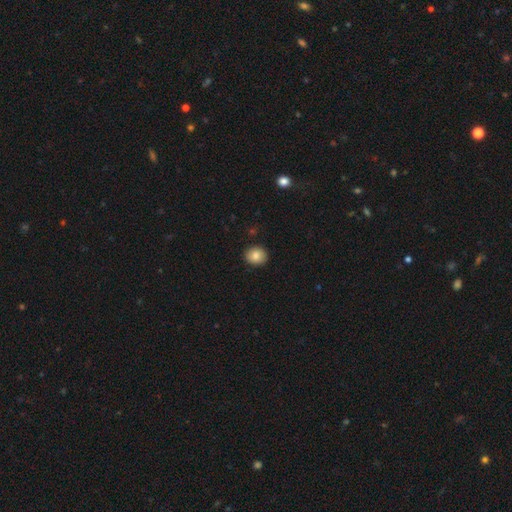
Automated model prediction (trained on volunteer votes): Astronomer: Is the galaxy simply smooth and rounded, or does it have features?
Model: smooth — 84%.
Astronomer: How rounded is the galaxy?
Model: round — 64%.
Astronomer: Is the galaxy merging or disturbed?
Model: none — 89%.